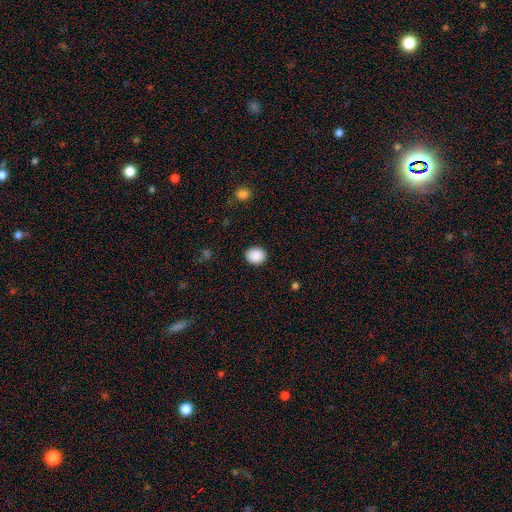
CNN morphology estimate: This is clearly a smooth galaxy (89%). How rounded: likely round (72%). Merging: clearly none (90%).